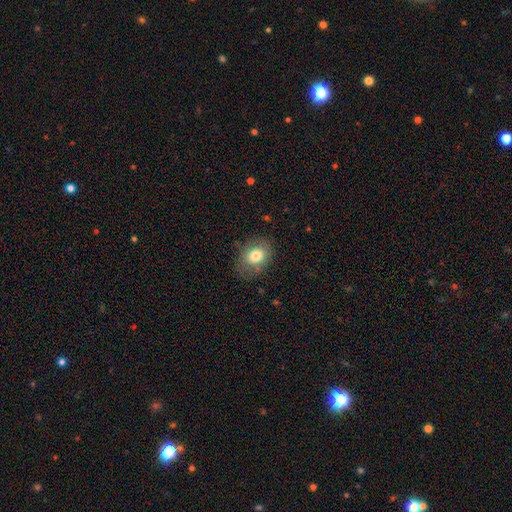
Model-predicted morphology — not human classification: smooth-or-featured: smooth: 77% | featured or disk: 14% | star or artifact: 9%
  how-rounded: in between: 60% | round: 39% | cigar-shaped: 1%
  merging: none: 74% | minor disturbance: 18% | major disturbance: 7% | merger: 2%